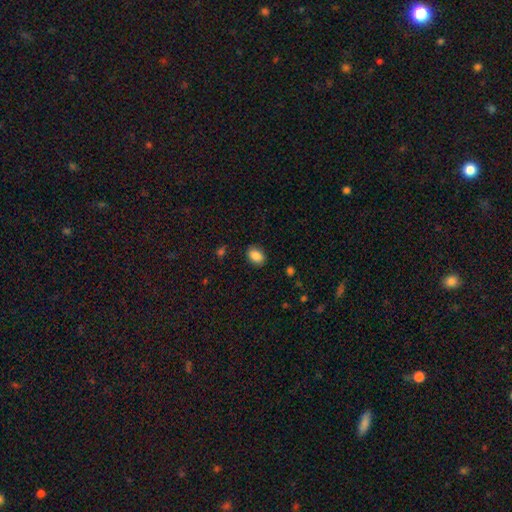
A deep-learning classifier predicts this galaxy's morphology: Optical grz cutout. It shows a smooth galaxy with no disk features (87%) that is in between round and cigar-shaped (79%). Merging: none (86%).